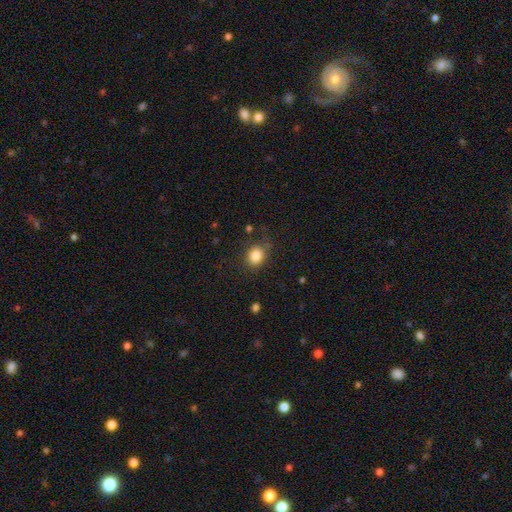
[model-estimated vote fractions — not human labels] A smooth galaxy with no disk features (85%) that is round (67%). Merging: none (81%).